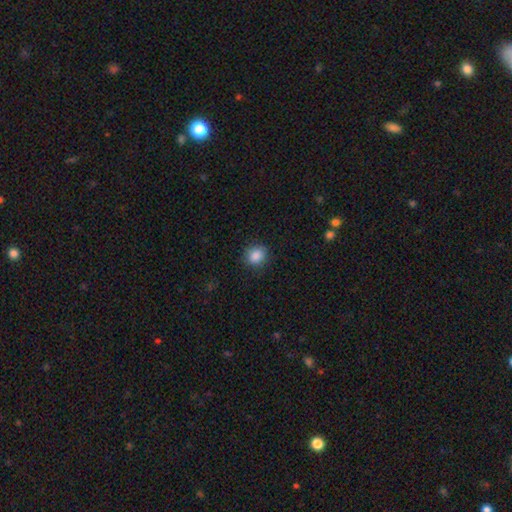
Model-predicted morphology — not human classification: This appears to be a smooth galaxy with no disk features (87%) that is round (81%). Merging: none (86%).